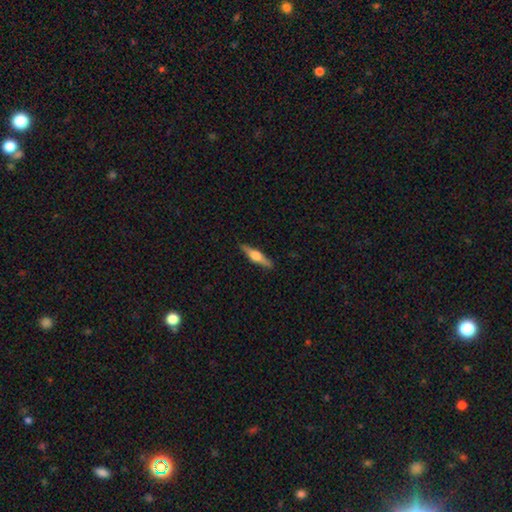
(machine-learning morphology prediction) Smooth or featured? Predicted: featured or disk (p=0.60). Edge-on disk? Predicted: yes (p=0.97). Edge-on bulge? Predicted: rounded (p=0.91). Merging? Predicted: none (p=0.90).